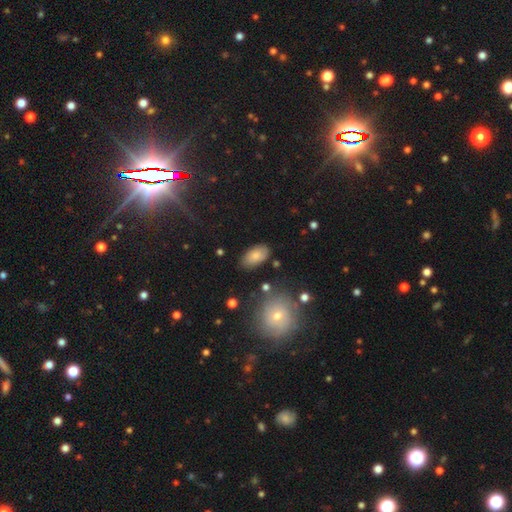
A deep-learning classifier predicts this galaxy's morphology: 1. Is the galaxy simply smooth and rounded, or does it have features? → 80% smooth, 11% featured or disk, 9% star or artifact.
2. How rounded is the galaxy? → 94% in between, 4% round, 2% cigar-shaped.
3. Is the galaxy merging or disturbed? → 79% none, 14% minor disturbance, 4% major disturbance, 3% merger.